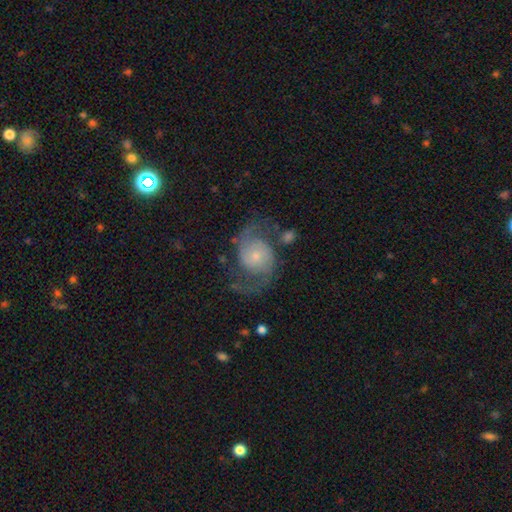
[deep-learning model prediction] Smooth or featured: featured or disk — 86% (smooth — 8%)
Edge-on disk: no — 98% (yes — 2%)
Bar: no — 70% (weak — 25%)
Spiral arms: yes — 96% (no — 4%)
Spiral winding: medium — 48% (loose — 39%)
Spiral arm count: 2 — 93% (can't tell — 2%)
Bulge size: small — 66% (moderate — 25%)
Merging: none — 67% (minor disturbance — 17%)